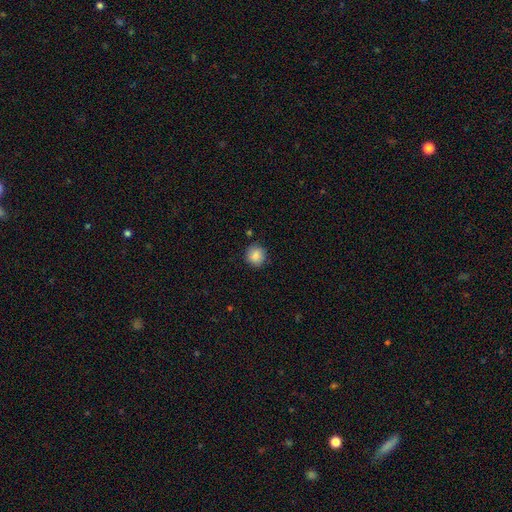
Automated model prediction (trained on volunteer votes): The model was most divided on "merging": none: 85%, minor disturbance: 11%, major disturbance: 2%, merger: 2%. More confident: how rounded — round (90%); smooth or featured — smooth (86%).